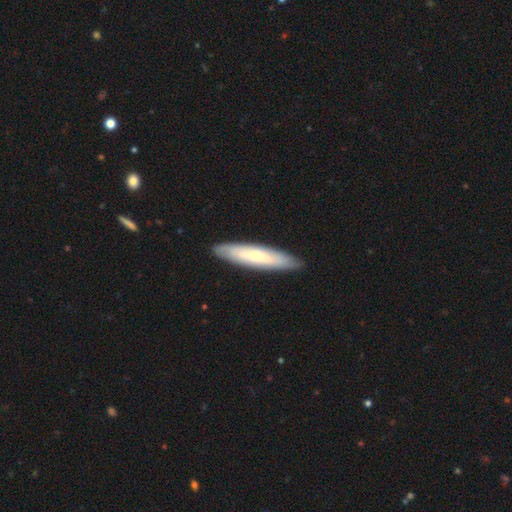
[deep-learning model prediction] Smooth or featured?
  - smooth: 52% *
  - featured or disk: 40%
  - star or artifact: 8%
How rounded?
  - cigar-shaped: 86% *
  - in between: 13%
  - round: 1%
Merging?
  - none: 89% *
  - minor disturbance: 9%
  - major disturbance: 2%
  - merger: 1%